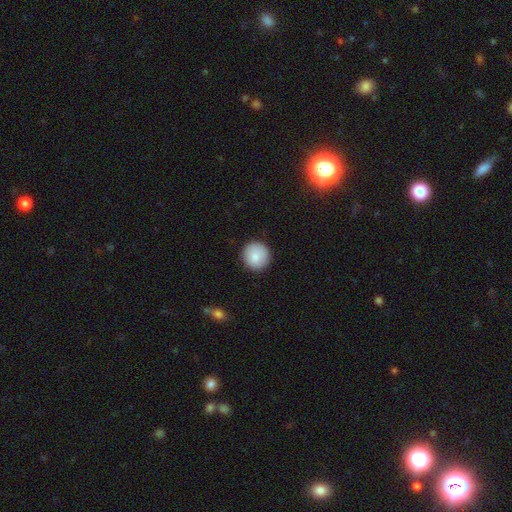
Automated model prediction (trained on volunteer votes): smooth_or_featured: smooth (p=0.86) [alt: star or artifact p=0.07]
how_rounded: round (p=0.94) [alt: in between p=0.05]
merging: none (p=0.91) [alt: minor disturbance p=0.06]